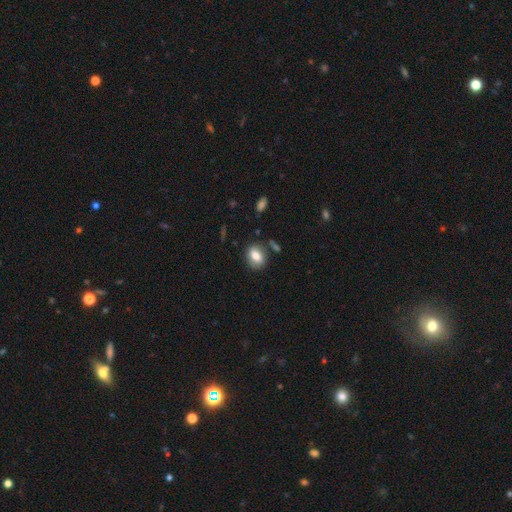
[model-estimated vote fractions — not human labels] A smooth galaxy with no disk features (79%) that is in between round and cigar-shaped (68%).

Vote fractions:
- Smooth or featured? smooth: 79% / featured or disk: 13% / star or artifact: 8%
- How rounded? in between: 68% / round: 30% / cigar-shaped: 2%
- Merging? none: 76% / minor disturbance: 15% / merger: 5% / major disturbance: 4%